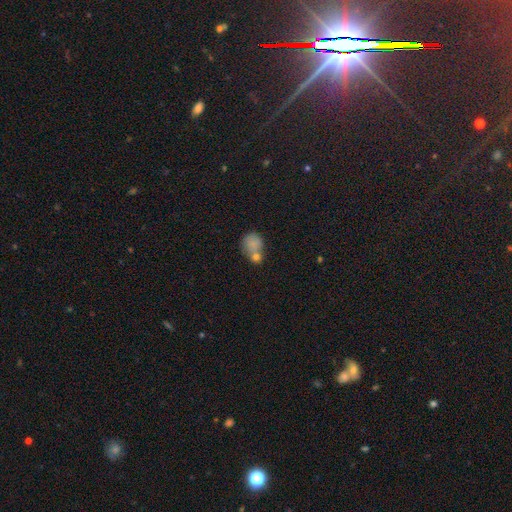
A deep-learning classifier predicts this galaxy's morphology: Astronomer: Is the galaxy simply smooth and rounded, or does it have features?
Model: smooth — 74%.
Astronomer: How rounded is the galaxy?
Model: round — 69%.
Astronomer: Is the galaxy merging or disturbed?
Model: none — 40%, tied with merger at 40%.